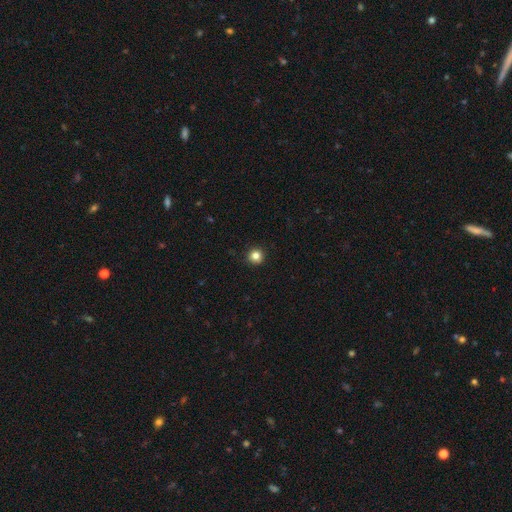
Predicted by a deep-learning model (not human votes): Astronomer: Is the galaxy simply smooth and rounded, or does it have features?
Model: smooth — 83%.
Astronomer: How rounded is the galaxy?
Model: round — 95%.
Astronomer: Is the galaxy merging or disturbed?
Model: none — 93%.